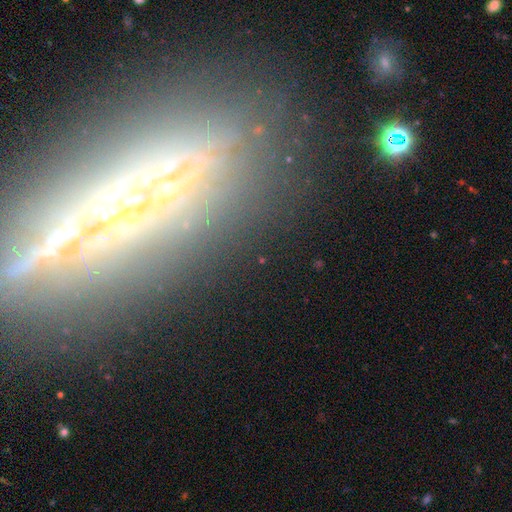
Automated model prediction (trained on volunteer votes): Smooth or featured?
  - featured or disk: 49% *
  - star or artifact: 33%
  - smooth: 18%
Merging?
  - none: 80% *
  - minor disturbance: 11%
  - major disturbance: 5%
  - merger: 4%